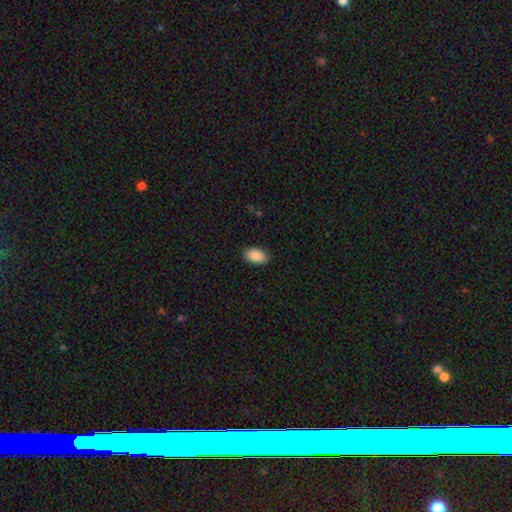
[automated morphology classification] Smooth or featured?
  - smooth: 90% *
  - star or artifact: 7%
  - featured or disk: 3%
How rounded?
  - in between: 94% *
  - round: 4%
  - cigar-shaped: 2%
Merging?
  - none: 88% *
  - minor disturbance: 9%
  - major disturbance: 2%
  - merger: 1%